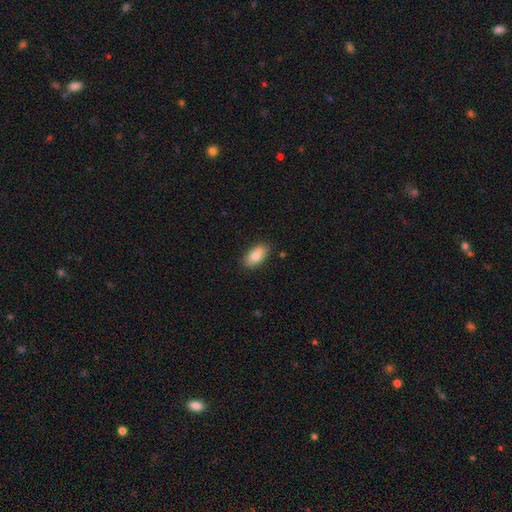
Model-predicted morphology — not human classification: Overall: smooth (81%). How rounded: in between (91%). Merging: none (83%).